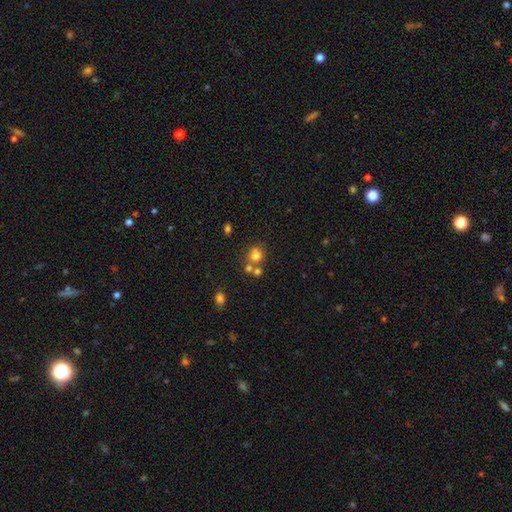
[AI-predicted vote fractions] This is likely a smooth galaxy (73%). How rounded: clearly round (80%). Merging: possibly none (52%).